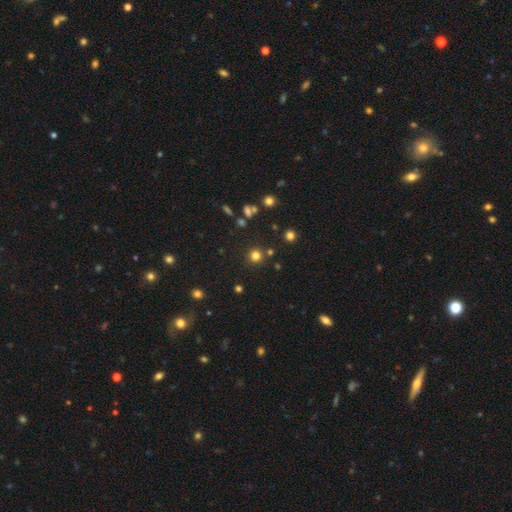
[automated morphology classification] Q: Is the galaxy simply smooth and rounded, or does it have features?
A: smooth — 76%.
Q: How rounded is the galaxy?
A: round — 92%.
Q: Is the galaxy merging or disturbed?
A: none — 85%.